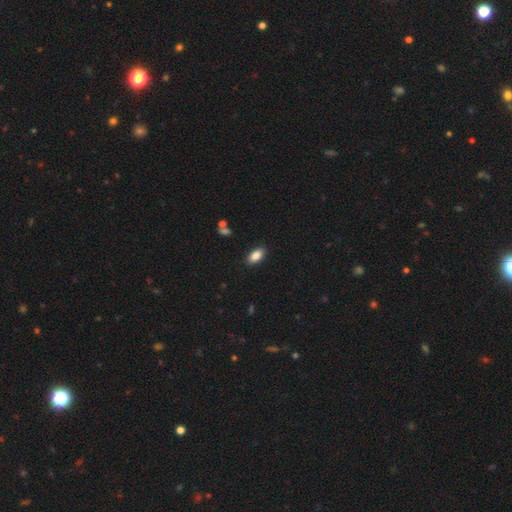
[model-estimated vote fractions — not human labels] smooth 86%, star or artifact 8%, featured or disk 6%. Down the decision tree: how rounded — in between (90%); merging — none (88%).